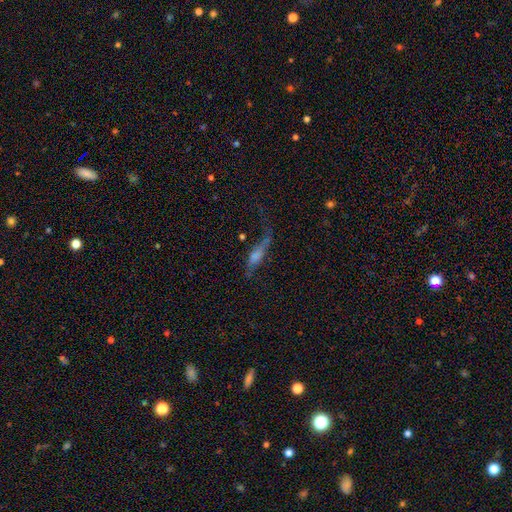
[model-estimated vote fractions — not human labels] smooth_or_featured: featured or disk (p=0.51) [alt: smooth p=0.35]
disk_edge_on: yes (p=0.53) [alt: no p=0.47]
merging: none (p=0.39) [alt: major disturbance p=0.34]